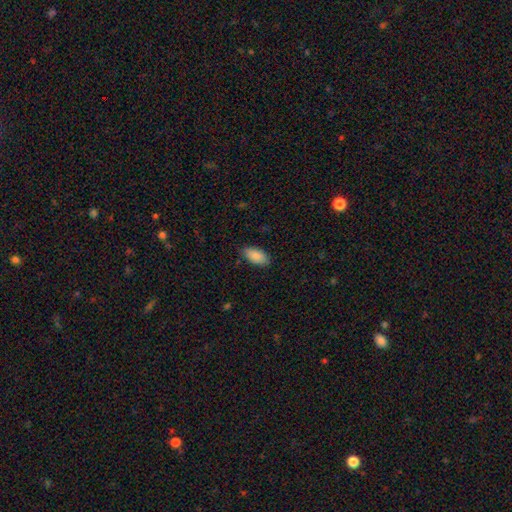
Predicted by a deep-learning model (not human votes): Morphology: type=smooth (88%); roundness=in between (92%); merging=none (85%).